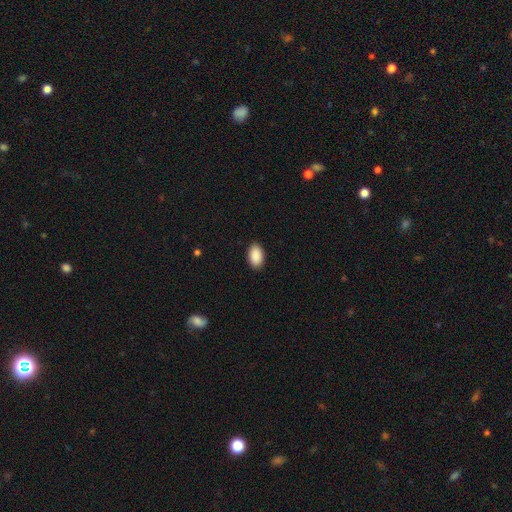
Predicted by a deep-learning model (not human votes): smooth-or-featured: smooth: 91% | star or artifact: 7% | featured or disk: 3%
  how-rounded: in between: 94% | round: 5% | cigar-shaped: 1%
  merging: none: 89% | minor disturbance: 8% | major disturbance: 2% | merger: 1%